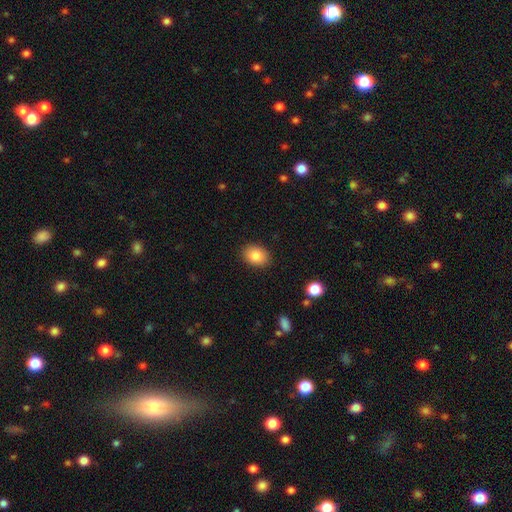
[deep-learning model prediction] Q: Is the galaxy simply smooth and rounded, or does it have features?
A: smooth — 86%.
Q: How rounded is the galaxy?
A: in between — 75%.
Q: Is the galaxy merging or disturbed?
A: none — 88%.